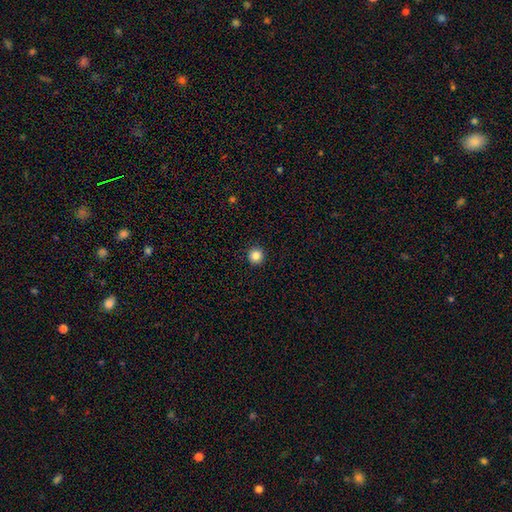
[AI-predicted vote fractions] Q: Smooth or featured?
A: smooth (85%); runner-up: star or artifact (11%)
Q: How rounded?
A: round (95%); runner-up: in between (4%)
Q: Merging?
A: none (93%); runner-up: minor disturbance (5%)